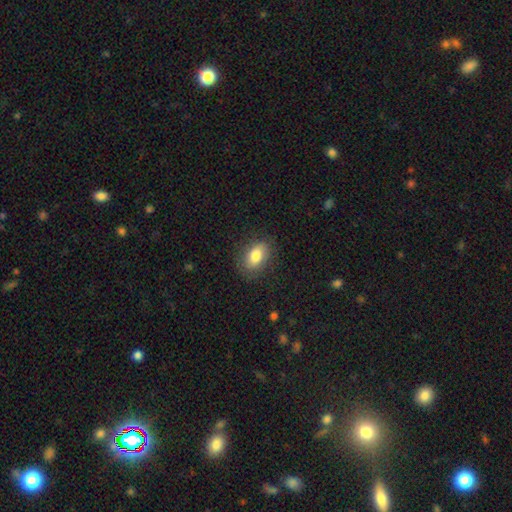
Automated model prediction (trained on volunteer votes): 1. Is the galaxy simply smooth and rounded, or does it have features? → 80% smooth, 13% featured or disk, 8% star or artifact.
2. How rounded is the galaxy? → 86% in between, 12% round, 2% cigar-shaped.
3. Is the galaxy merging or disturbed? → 82% none, 13% minor disturbance, 4% major disturbance, 1% merger.